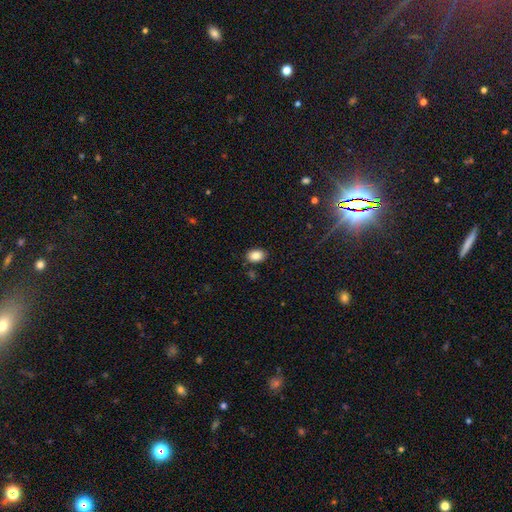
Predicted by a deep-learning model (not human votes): Q: Smooth or featured?
A: smooth (86%); runner-up: star or artifact (9%)
Q: How rounded?
A: in between (80%); runner-up: round (19%)
Q: Merging?
A: none (85%); runner-up: minor disturbance (10%)